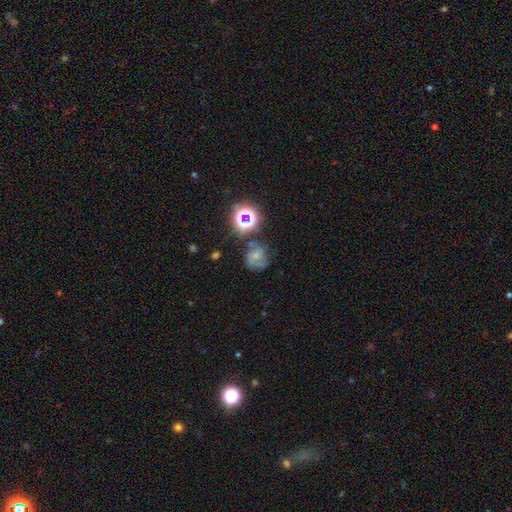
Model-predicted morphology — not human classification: Smooth or featured? Predicted: featured or disk (p=0.52). Edge-on disk? Predicted: no (p=0.97). Bar? Predicted: no (p=0.54). Spiral arms? Predicted: yes (p=0.86). Bulge size? Predicted: small (p=0.45). Merging? Predicted: none (p=0.58).